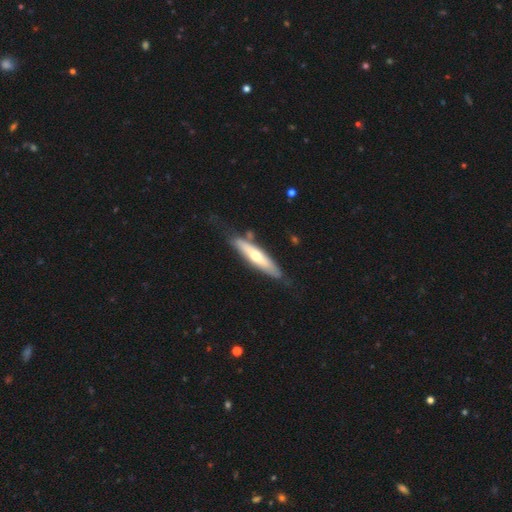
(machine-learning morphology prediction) Smooth or featured: featured or disk — 49% (smooth — 46%)
Merging: none — 73% (minor disturbance — 18%)